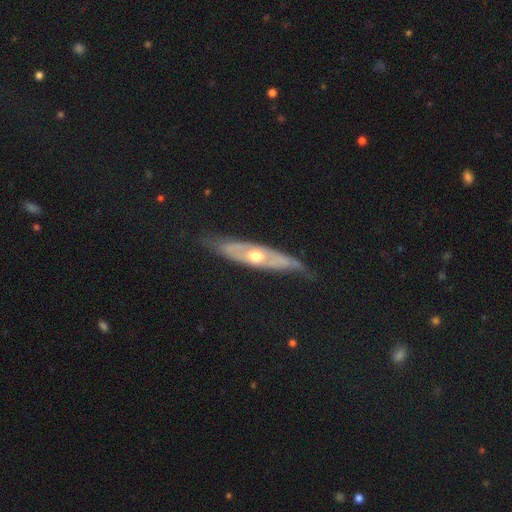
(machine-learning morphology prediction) The model was most divided on "edge-on disk": no: 53%, yes: 47%. More confident: smooth or featured — featured or disk (72%); merging — none (67%).